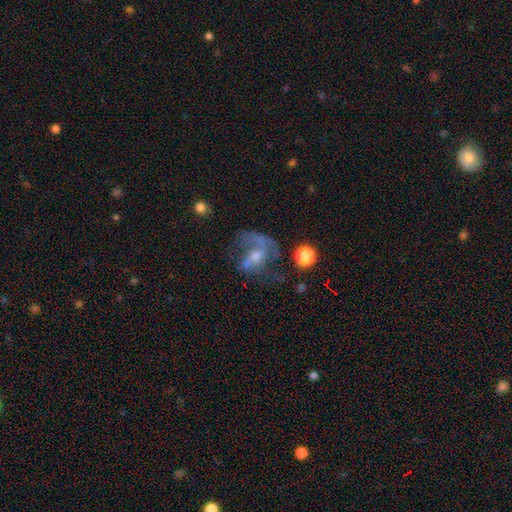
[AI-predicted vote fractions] Q: Smooth or featured?
A: featured or disk (62%); runner-up: smooth (23%)
Q: Edge-on disk?
A: no (95%); runner-up: yes (5%)
Q: Bar?
A: no (56%); runner-up: weak (33%)
Q: Spiral arms?
A: yes (62%); runner-up: no (38%)
Q: Bulge size?
A: moderate (41%); runner-up: small (39%)
Q: Merging?
A: major disturbance (43%); runner-up: none (32%)